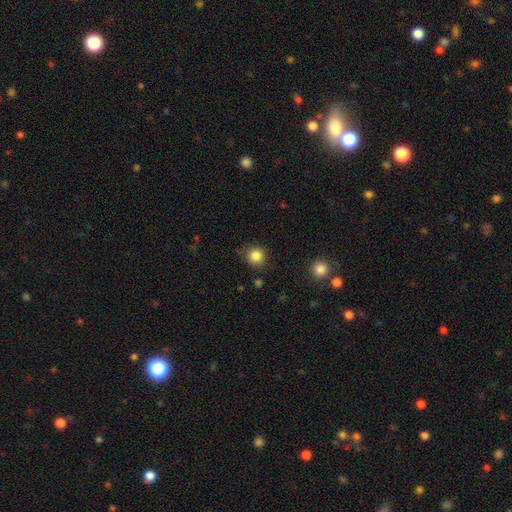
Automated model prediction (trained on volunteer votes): smooth 84%, star or artifact 11%, featured or disk 4%. Down the decision tree: how rounded — round (89%); merging — none (82%).